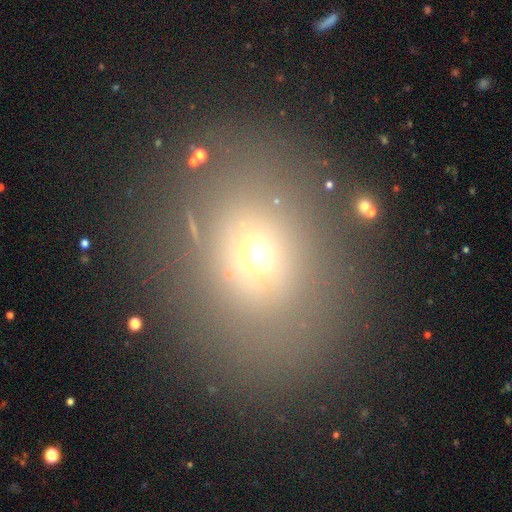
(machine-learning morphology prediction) This is likely a smooth galaxy (61%). How rounded: possibly round (53%). Merging: likely none (76%).